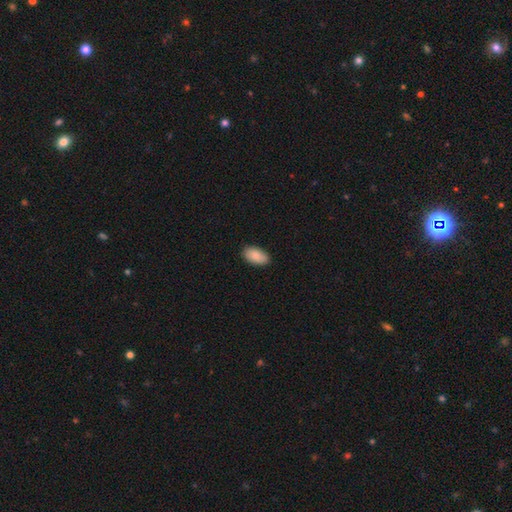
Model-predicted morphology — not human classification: Overall: smooth (88%). How rounded: in between (95%). Merging: none (88%).